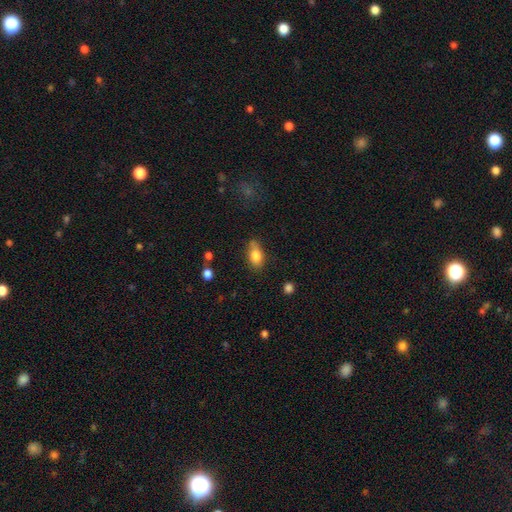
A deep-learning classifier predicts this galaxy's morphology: Smooth or featured? smooth (82%)
How rounded? in between (85%)
Merging? none (67%)